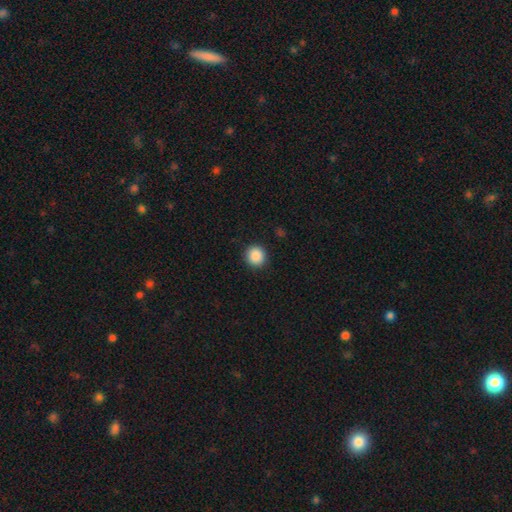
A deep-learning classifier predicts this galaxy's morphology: Smooth or featured?
  - smooth: 89% *
  - star or artifact: 9%
  - featured or disk: 3%
How rounded?
  - round: 93% *
  - in between: 7%
  - cigar-shaped: 1%
Merging?
  - none: 91% *
  - minor disturbance: 6%
  - major disturbance: 2%
  - merger: 1%